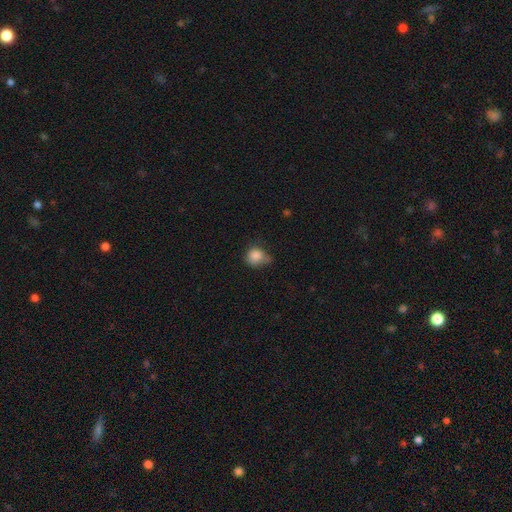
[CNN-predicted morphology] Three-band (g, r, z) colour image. It shows a smooth galaxy with no disk features (82%) that is round (60%). Merging: minor disturbance (43%).